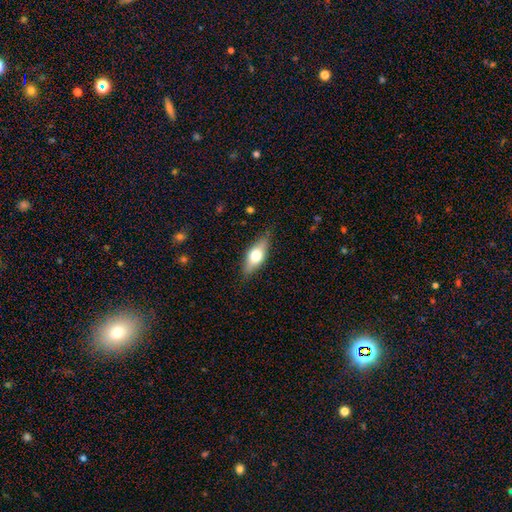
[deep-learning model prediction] Smooth or featured: smooth — 58% (featured or disk — 36%)
How rounded: in between — 72% (cigar-shaped — 25%)
Merging: none — 82% (minor disturbance — 14%)